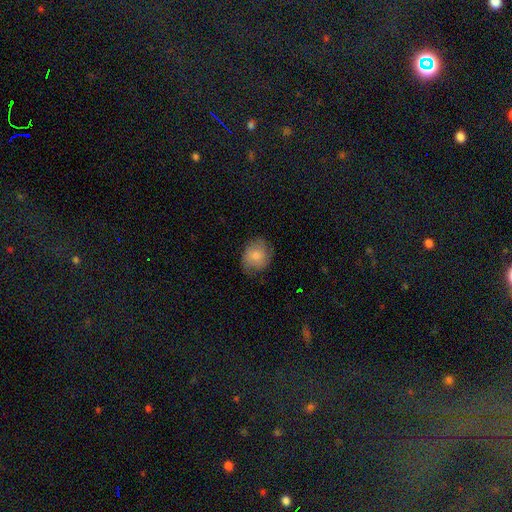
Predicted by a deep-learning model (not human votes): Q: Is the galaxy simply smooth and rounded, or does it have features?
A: smooth — 73%.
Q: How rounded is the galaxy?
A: round — 66%.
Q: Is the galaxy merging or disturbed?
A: none — 70%.